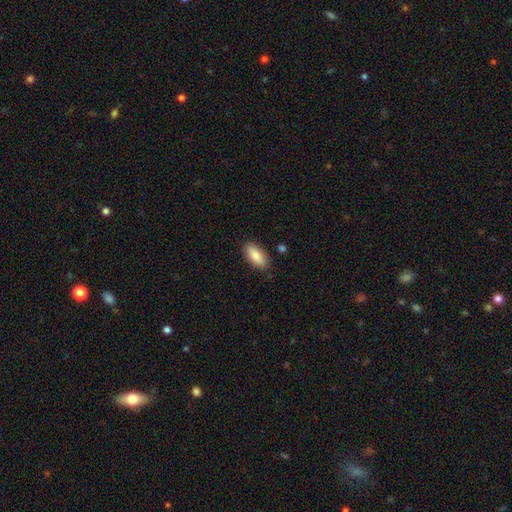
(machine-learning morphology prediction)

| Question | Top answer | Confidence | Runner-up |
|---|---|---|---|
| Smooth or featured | smooth | 84% | featured or disk (9%) |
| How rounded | in between | 86% | cigar-shaped (11%) |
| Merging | none | 86% | minor disturbance (10%) |